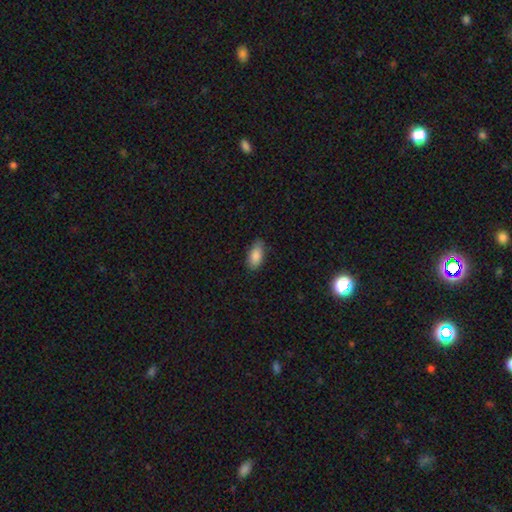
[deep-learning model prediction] Smooth or featured: smooth — 86% (featured or disk — 7%)
How rounded: in between — 91% (cigar-shaped — 6%)
Merging: none — 80% (minor disturbance — 16%)